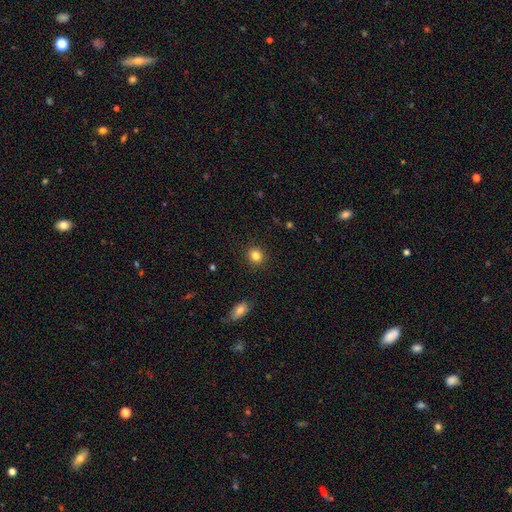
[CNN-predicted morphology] Overall: smooth (84%). How rounded: round (83%). Merging: none (90%).